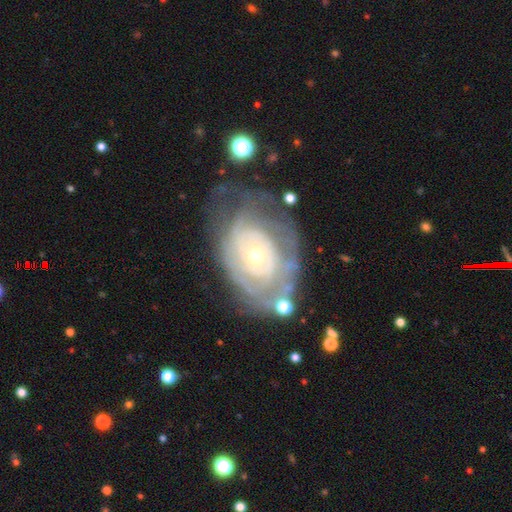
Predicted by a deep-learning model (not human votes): This is likely a featured or disk galaxy (80%). It is clearly not viewed edge-on (96%). Bar: clearly no (82%). Spiral arm pattern: likely yes (75%). Spiral arm count: possibly can't tell (59%). Spiral winding: likely tight (76%). Central bulge: likely small (75%). Merging: possibly none (56%).